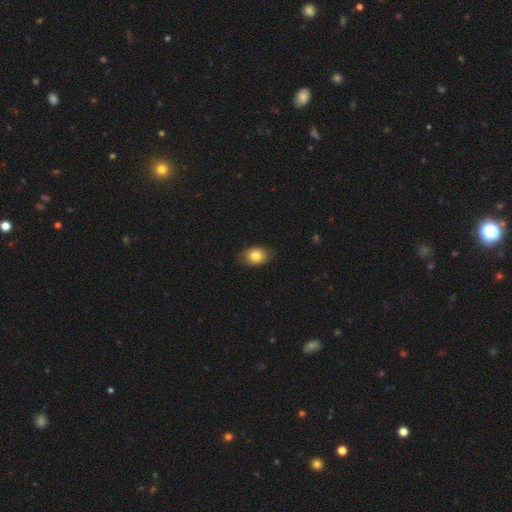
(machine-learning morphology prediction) Smooth or featured? Predicted: smooth (p=0.81). How rounded? Predicted: in between (p=0.77). Merging? Predicted: none (p=0.81).